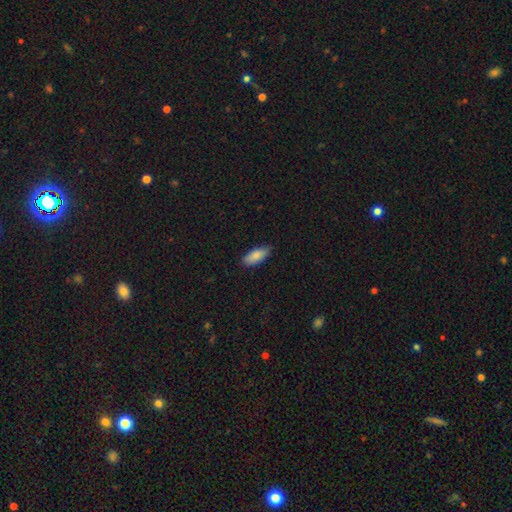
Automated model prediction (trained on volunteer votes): smooth_or_featured: smooth (p=0.85) [alt: featured or disk p=0.09]
how_rounded: in between (p=0.79) [alt: cigar-shaped p=0.19]
merging: none (p=0.82) [alt: minor disturbance p=0.15]